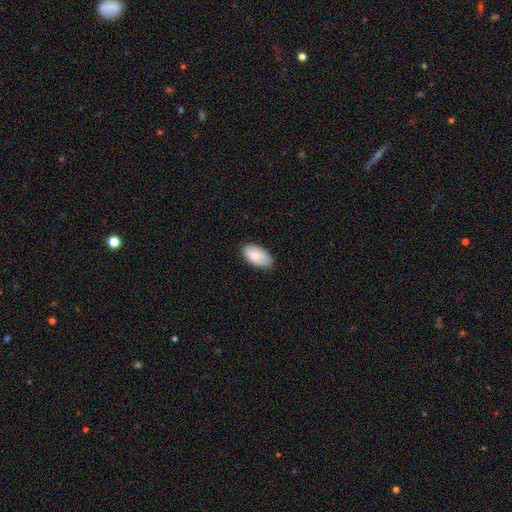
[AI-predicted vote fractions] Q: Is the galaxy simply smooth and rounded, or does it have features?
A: smooth — 82%.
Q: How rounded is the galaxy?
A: in between — 95%.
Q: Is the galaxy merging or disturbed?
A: none — 78%.